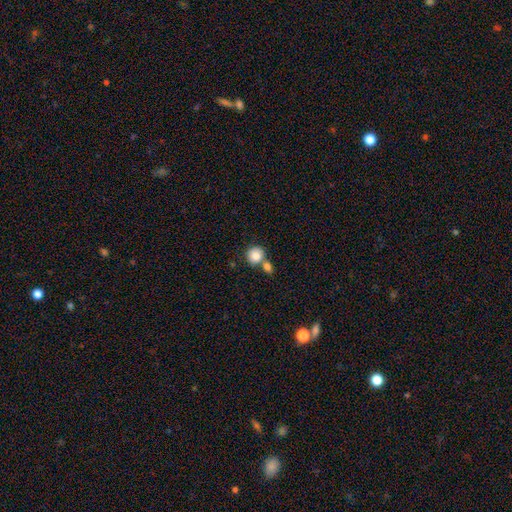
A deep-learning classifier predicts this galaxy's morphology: Smooth or featured: smooth — 84% (star or artifact — 9%)
How rounded: round — 87% (in between — 12%)
Merging: none — 52% (merger — 37%)